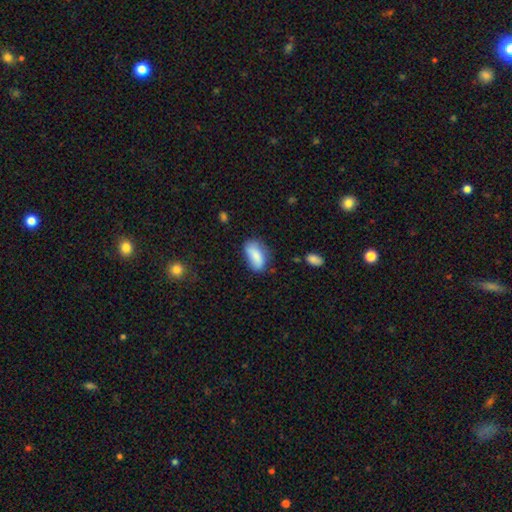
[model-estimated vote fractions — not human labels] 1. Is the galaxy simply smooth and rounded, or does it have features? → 82% smooth, 11% featured or disk, 7% star or artifact.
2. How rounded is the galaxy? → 90% in between, 7% cigar-shaped, 3% round.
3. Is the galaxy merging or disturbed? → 61% none, 28% minor disturbance, 8% major disturbance, 3% merger.